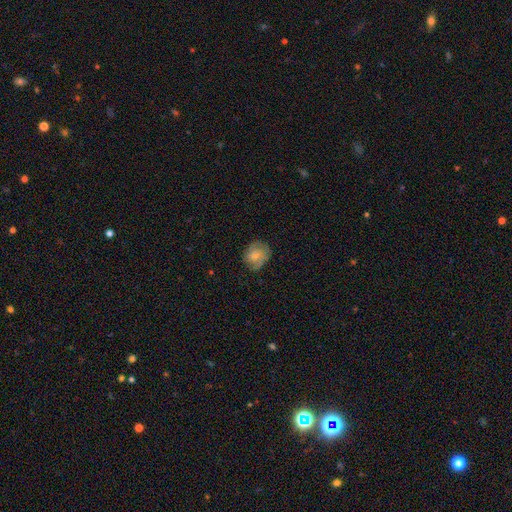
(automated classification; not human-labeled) This appears to be a smooth galaxy with no disk features (70%) that is round (61%). Merging: none (64%).